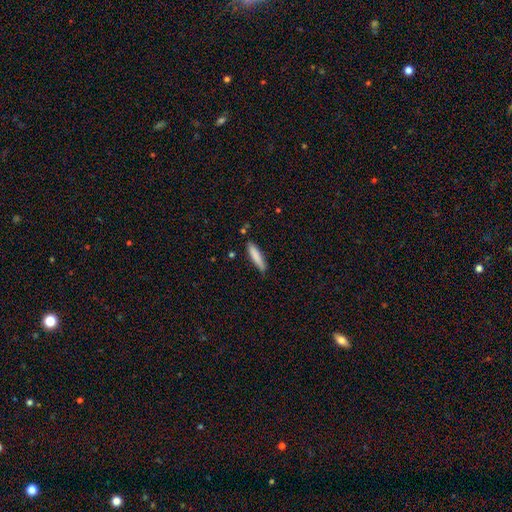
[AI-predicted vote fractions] Q: Smooth or featured?
A: smooth (82%); runner-up: featured or disk (12%)
Q: How rounded?
A: cigar-shaped (84%); runner-up: in between (15%)
Q: Merging?
A: none (81%); runner-up: minor disturbance (15%)